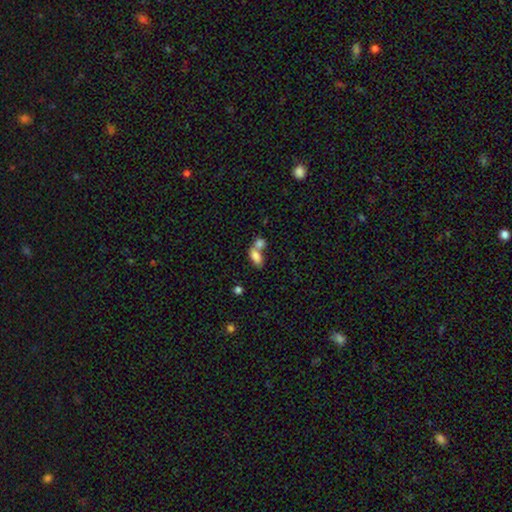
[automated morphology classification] smooth 80%, featured or disk 11%, star or artifact 9%. Down the decision tree: how rounded — in between (86%); merging — merger (59%).